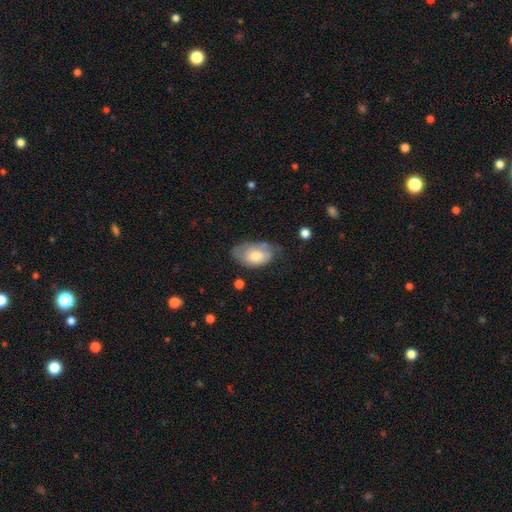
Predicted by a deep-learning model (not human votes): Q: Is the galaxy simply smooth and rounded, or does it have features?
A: smooth — 64%.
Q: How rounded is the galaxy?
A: in between — 92%.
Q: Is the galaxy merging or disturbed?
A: none — 51%.